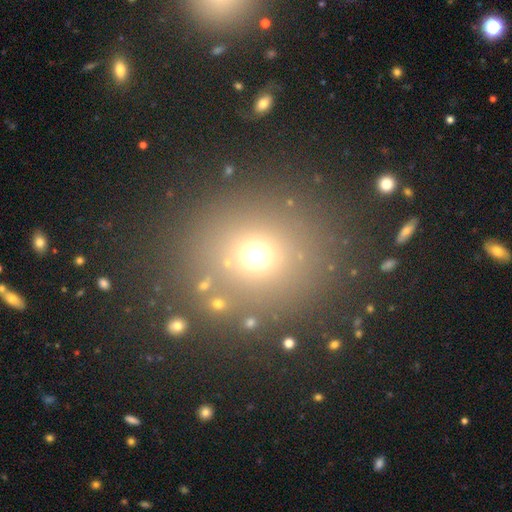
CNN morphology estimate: Overall: smooth (63%; star or artifact 27%). How rounded: round (84%). Merging: none (83%).